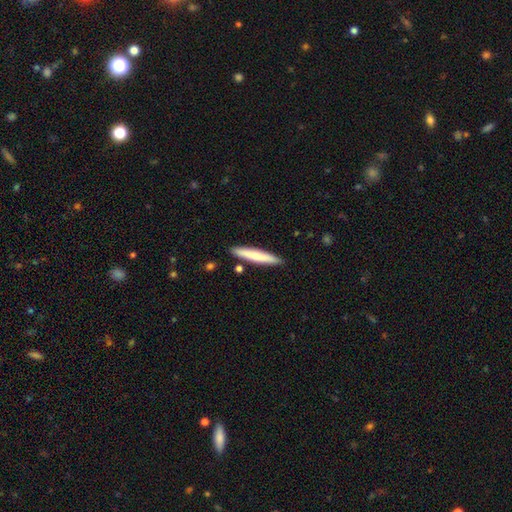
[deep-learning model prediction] smooth_or_featured: smooth (p=0.71) [alt: featured or disk p=0.24]
how_rounded: cigar-shaped (p=0.93) [alt: in between p=0.06]
merging: none (p=0.88) [alt: minor disturbance p=0.08]